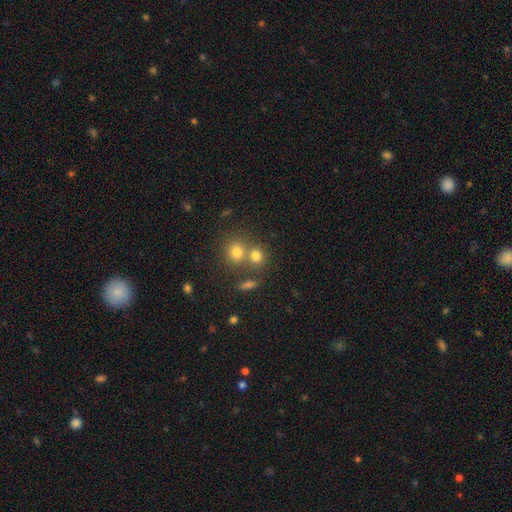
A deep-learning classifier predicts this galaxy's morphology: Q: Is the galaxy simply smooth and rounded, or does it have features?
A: smooth — 76%.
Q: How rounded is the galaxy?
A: round — 78%.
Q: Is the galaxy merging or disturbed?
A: none — 49%.